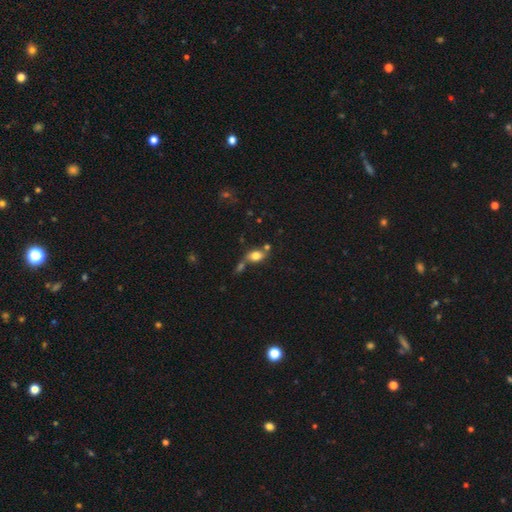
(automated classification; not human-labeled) A smooth galaxy with no disk features (75%) that is in between round and cigar-shaped (72%).

Vote fractions:
- Smooth or featured? smooth: 75% / featured or disk: 14% / star or artifact: 11%
- How rounded? in between: 72% / round: 24% / cigar-shaped: 4%
- Merging? none: 46% / merger: 32% / minor disturbance: 15% / major disturbance: 7%